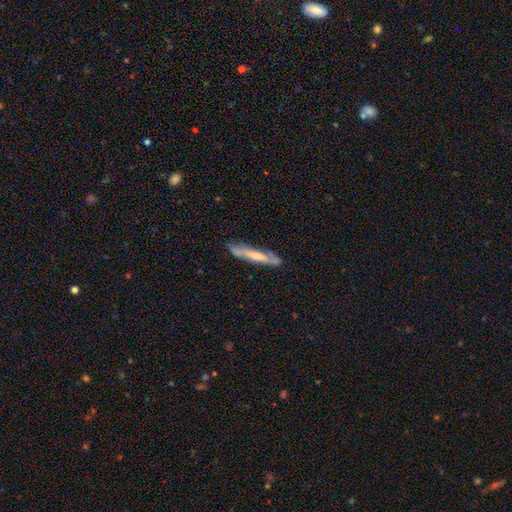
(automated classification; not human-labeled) A featured or disk galaxy (49%). Merging: none (79%).